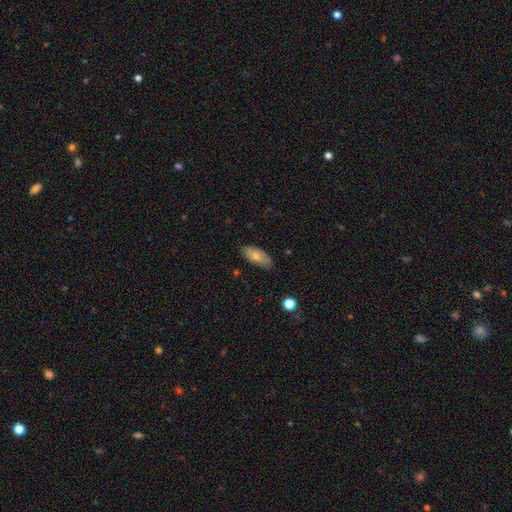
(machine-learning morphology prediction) This is possibly a smooth galaxy (57%). How rounded: clearly in between (84%). Merging: clearly none (82%).